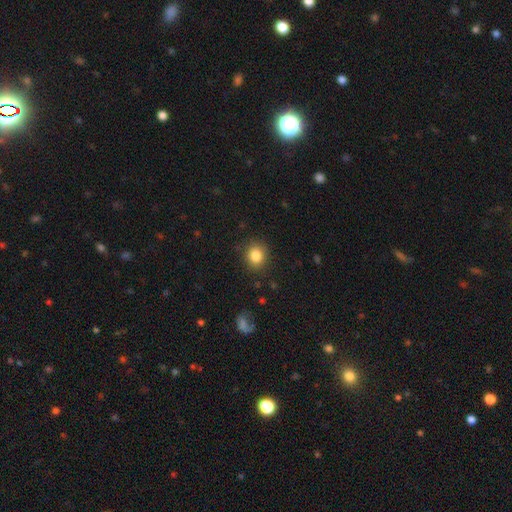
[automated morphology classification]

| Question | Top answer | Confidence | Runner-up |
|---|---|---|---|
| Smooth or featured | smooth | 84% | star or artifact (10%) |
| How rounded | round | 75% | in between (24%) |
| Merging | none | 87% | minor disturbance (9%) |